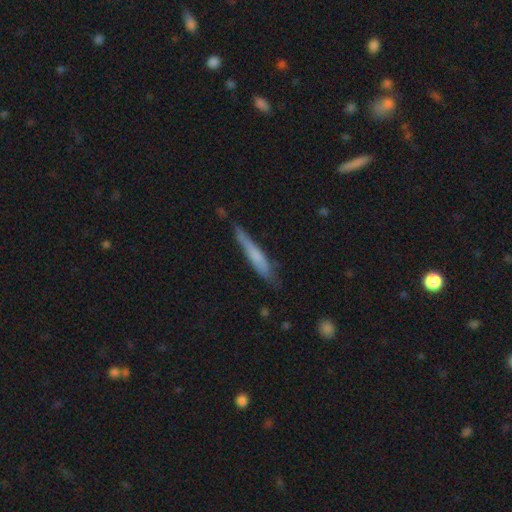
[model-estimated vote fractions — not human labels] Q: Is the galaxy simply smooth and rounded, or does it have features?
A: smooth — 58%.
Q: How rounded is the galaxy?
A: cigar-shaped — 92%.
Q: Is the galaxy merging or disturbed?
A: none — 66%.